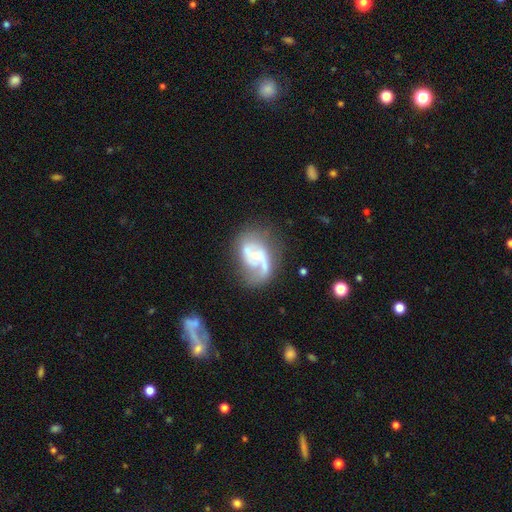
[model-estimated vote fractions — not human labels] This appears to be a featured or disk galaxy (82%) with no bar (57%), 2 (62%) medium (46%) spiral arms (92%) and a small central bulge (52%). Merging: none (51%).